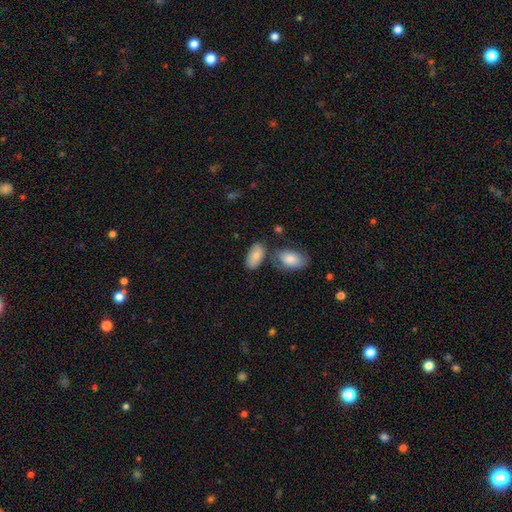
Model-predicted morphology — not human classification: A smooth galaxy with no disk features (82%) that is in between round and cigar-shaped (94%).

Vote fractions:
- Smooth or featured? smooth: 82% / featured or disk: 12% / star or artifact: 7%
- How rounded? in between: 94% / round: 3% / cigar-shaped: 3%
- Merging? none: 59% / merger: 18% / minor disturbance: 17% / major disturbance: 5%